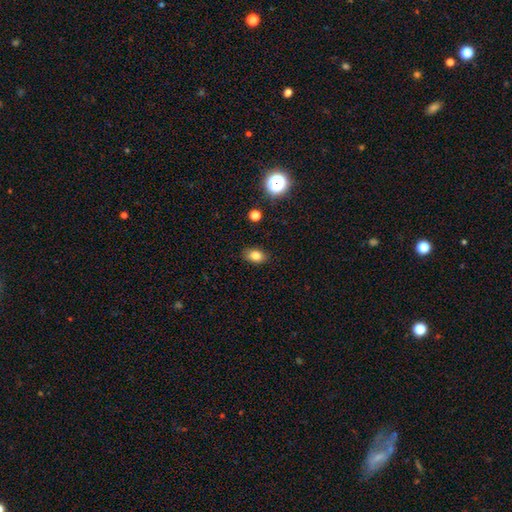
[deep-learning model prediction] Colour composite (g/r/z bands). It shows a smooth galaxy with no disk features (81%) that is in between round and cigar-shaped (82%). Merging: none (86%).